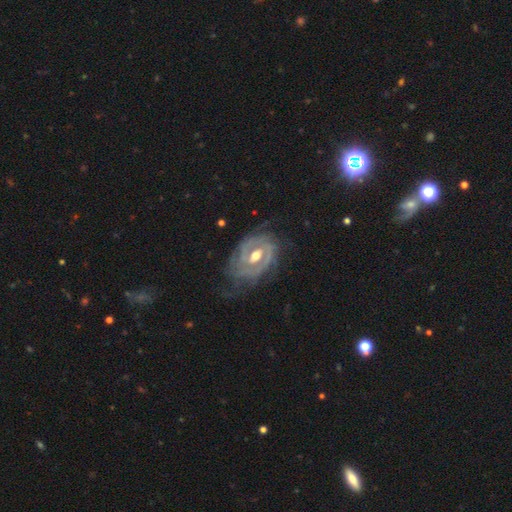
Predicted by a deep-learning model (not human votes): Smooth or featured: featured or disk — 88% (smooth — 7%)
Edge-on disk: no — 96% (yes — 4%)
Bar: weak — 46% (strong — 28%)
Spiral arms: yes — 92% (no — 8%)
Spiral winding: tight — 63% (medium — 28%)
Spiral arm count: 2 — 49% (can't tell — 24%)
Bulge size: moderate — 77% (small — 13%)
Merging: none — 65% (minor disturbance — 22%)